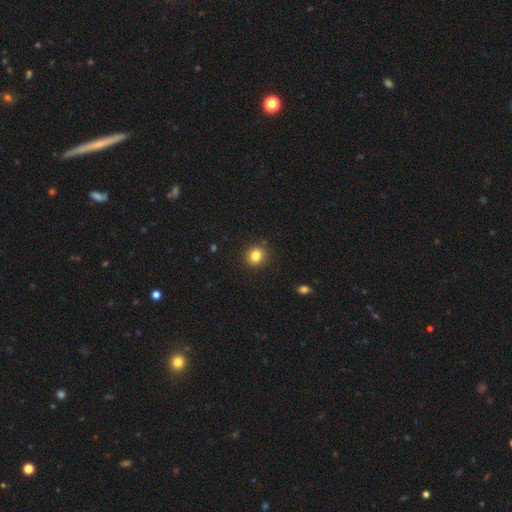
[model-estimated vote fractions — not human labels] Overall: smooth (83%). How rounded: round (82%). Merging: none (90%).